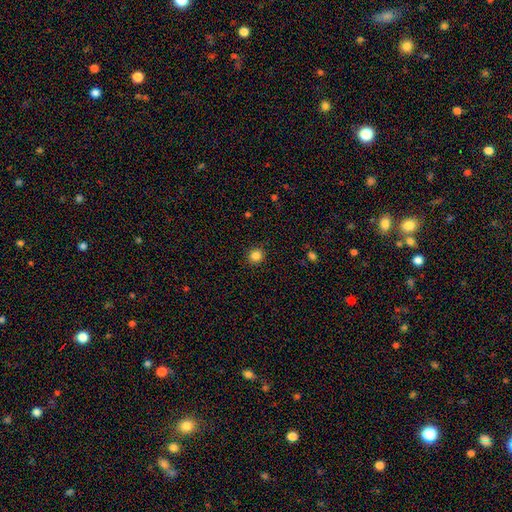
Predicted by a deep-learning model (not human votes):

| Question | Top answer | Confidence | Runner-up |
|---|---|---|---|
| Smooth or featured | smooth | 85% | star or artifact (12%) |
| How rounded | round | 91% | in between (8%) |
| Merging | none | 92% | minor disturbance (6%) |